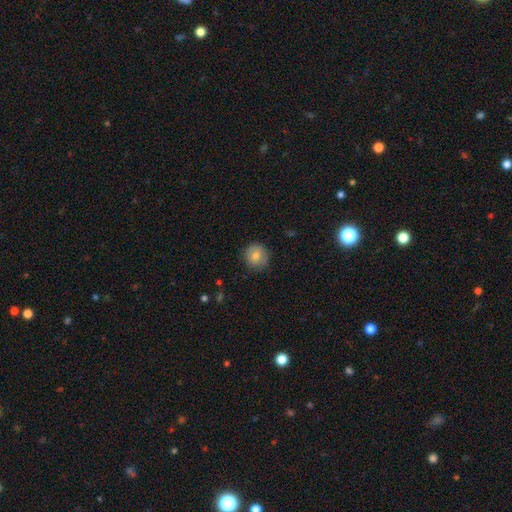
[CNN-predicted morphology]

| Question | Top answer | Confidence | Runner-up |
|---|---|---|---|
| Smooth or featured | smooth | 78% | featured or disk (13%) |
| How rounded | round | 92% | in between (7%) |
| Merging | none | 85% | minor disturbance (11%) |